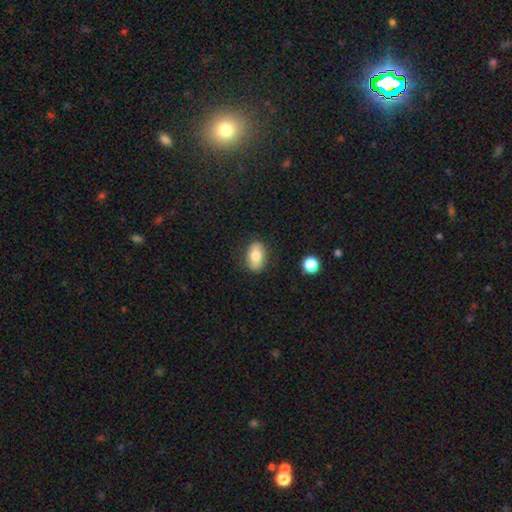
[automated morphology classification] The model was most divided on "smooth or featured": smooth: 76%, featured or disk: 17%, star or artifact: 8%. More confident: how rounded — in between (87%); merging — none (83%).